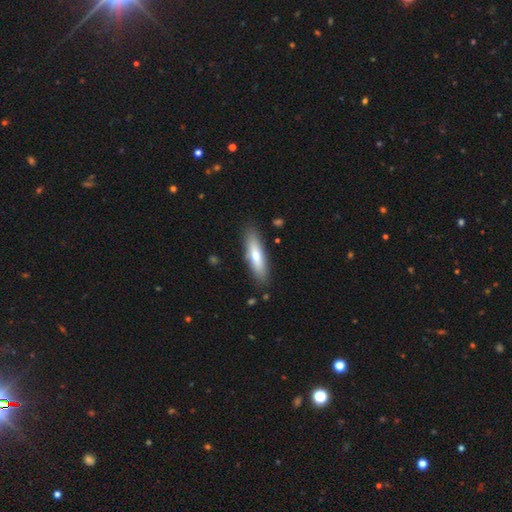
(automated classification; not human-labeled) Smooth or featured?
  - smooth: 68% *
  - featured or disk: 27%
  - star or artifact: 6%
How rounded?
  - cigar-shaped: 66% *
  - in between: 32%
  - round: 2%
Merging?
  - none: 86% *
  - minor disturbance: 10%
  - major disturbance: 2%
  - merger: 2%